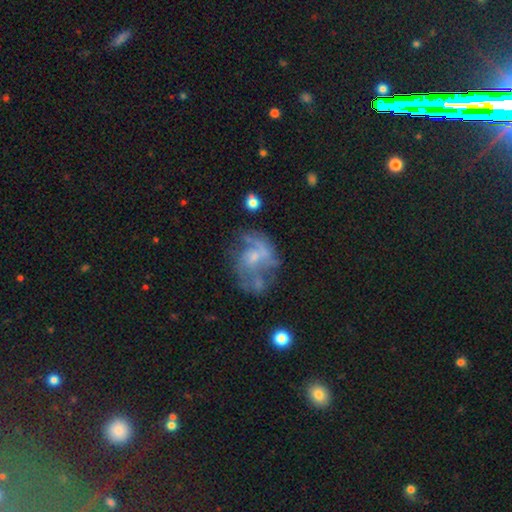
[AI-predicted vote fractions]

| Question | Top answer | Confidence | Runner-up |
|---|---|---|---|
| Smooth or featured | featured or disk | 71% | smooth (18%) |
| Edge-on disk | no | 98% | yes (2%) |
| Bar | no | 65% | weak (30%) |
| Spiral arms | yes | 74% | no (26%) |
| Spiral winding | medium | 42% | loose (39%) |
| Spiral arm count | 2 | 37% | can't tell (27%) |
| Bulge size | small | 53% | moderate (23%) |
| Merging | none | 38% | major disturbance (31%) |